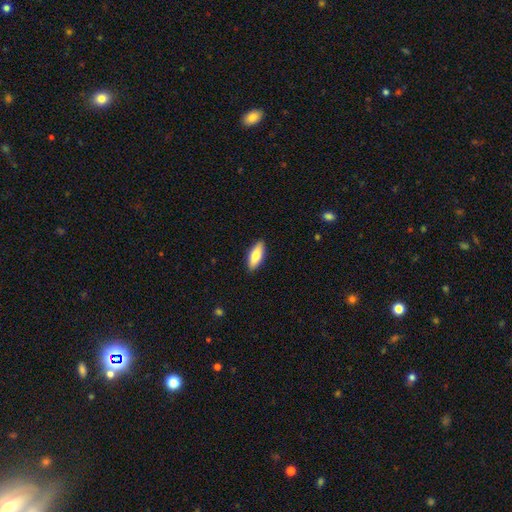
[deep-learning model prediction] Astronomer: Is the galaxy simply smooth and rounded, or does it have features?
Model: smooth — 79%.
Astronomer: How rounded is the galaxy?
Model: in between — 68%.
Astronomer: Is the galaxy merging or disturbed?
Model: none — 89%.